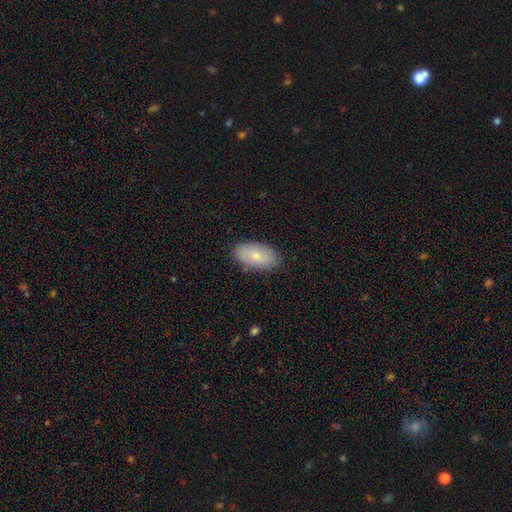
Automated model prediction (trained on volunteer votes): Overall: smooth (75%). How rounded: in between (94%). Merging: none (85%).